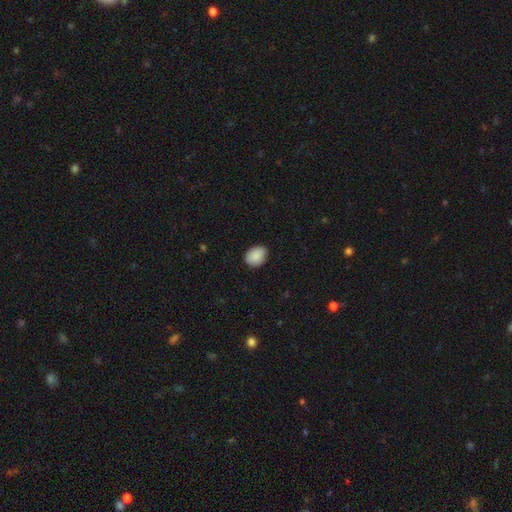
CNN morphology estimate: A smooth galaxy with no disk features (89%) that is in between round and cigar-shaped (66%).

Vote fractions:
- Smooth or featured? smooth: 89% / star or artifact: 7% / featured or disk: 3%
- How rounded? in between: 66% / round: 33% / cigar-shaped: 1%
- Merging? none: 86% / minor disturbance: 11% / major disturbance: 2% / merger: 1%